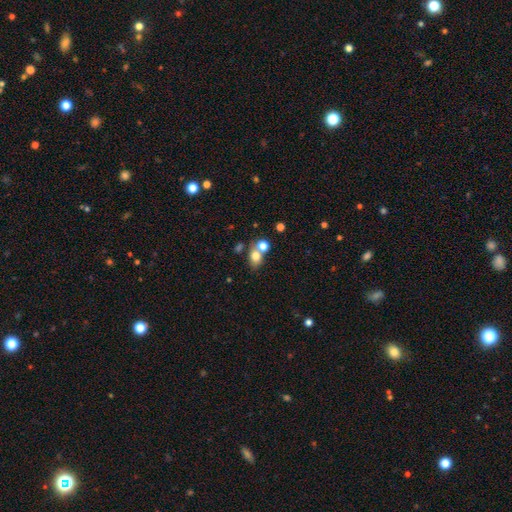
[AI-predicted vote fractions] This appears to be a smooth galaxy with no disk features (76%) that is in between round and cigar-shaped (58%). Merging: none (49%).